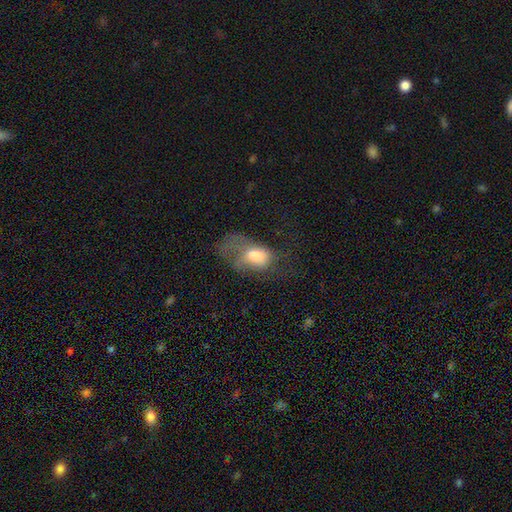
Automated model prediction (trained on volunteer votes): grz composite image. It shows a smooth galaxy with no disk features (64%) that is in between round and cigar-shaped (83%). Merging: major disturbance (62%).